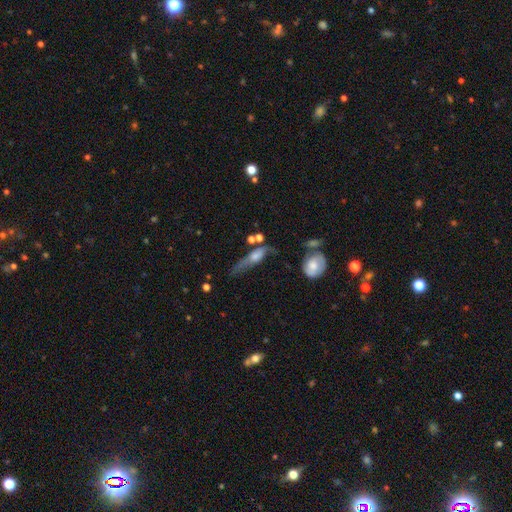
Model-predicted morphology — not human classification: smooth 46% (tied), featured or disk 46% (tied), star or artifact 9%. Down the decision tree: merging — major disturbance (32%).